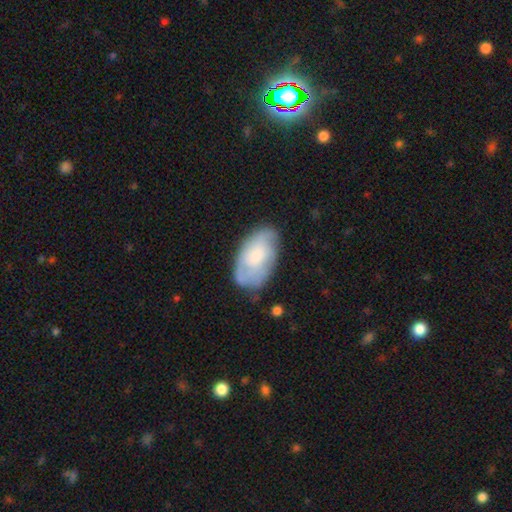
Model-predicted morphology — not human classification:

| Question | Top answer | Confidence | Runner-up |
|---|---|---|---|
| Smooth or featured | smooth | 52% | featured or disk (42%) |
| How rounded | in between | 94% | round (4%) |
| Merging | none | 67% | minor disturbance (24%) |